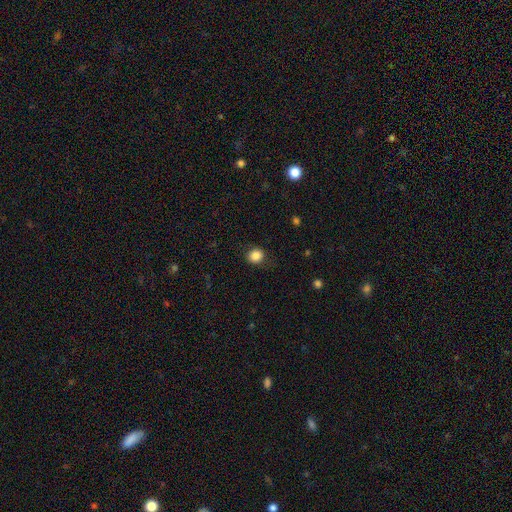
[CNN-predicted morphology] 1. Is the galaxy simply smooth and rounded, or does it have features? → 85% smooth, 11% star or artifact, 4% featured or disk.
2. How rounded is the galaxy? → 85% round, 15% in between, 1% cigar-shaped.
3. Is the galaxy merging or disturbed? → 83% none, 12% minor disturbance, 4% major disturbance, 1% merger.